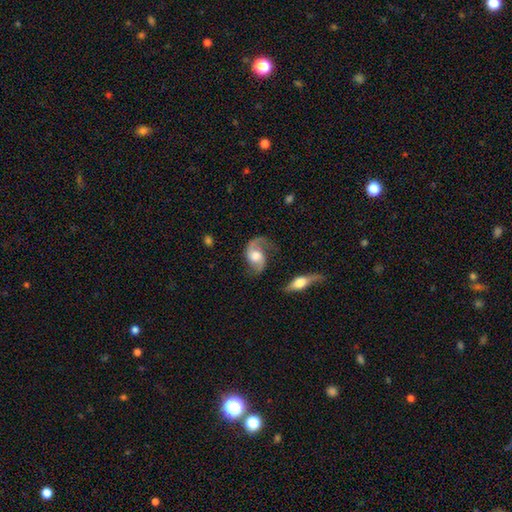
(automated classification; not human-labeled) Smooth or featured? featured or disk (85%)
Edge-on disk? no (97%)
Bar? no (58%)
Spiral arms? yes (96%)
Spiral winding? loose (54%)
Spiral arm count? 2 (90%)
Bulge size? moderate (52%)
Merging? none (65%)